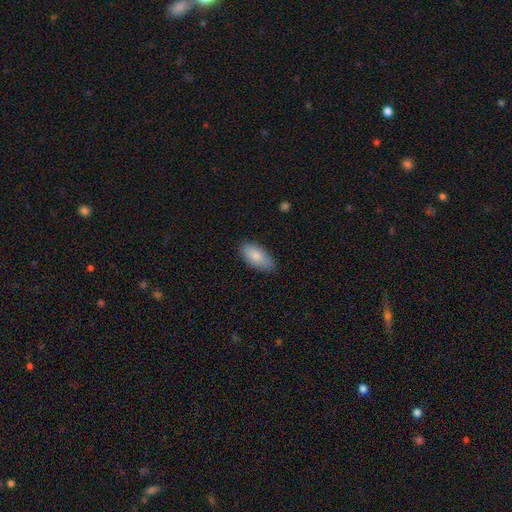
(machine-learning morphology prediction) This appears to be a smooth galaxy with no disk features (84%) that is in between round and cigar-shaped (90%). Merging: none (83%).